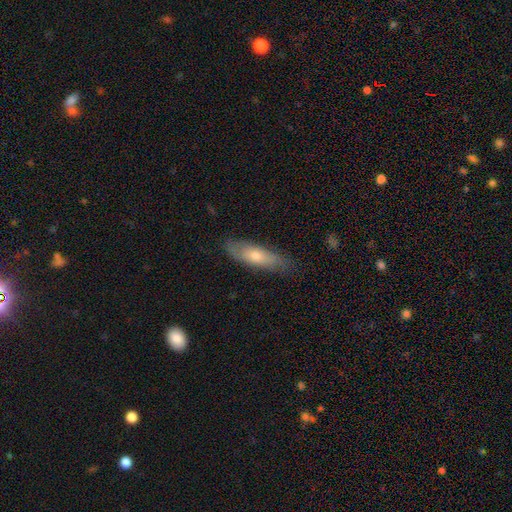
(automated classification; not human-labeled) Smooth or featured? Predicted: smooth (p=0.59). How rounded? Predicted: cigar-shaped (p=0.57). Merging? Predicted: none (p=0.77).